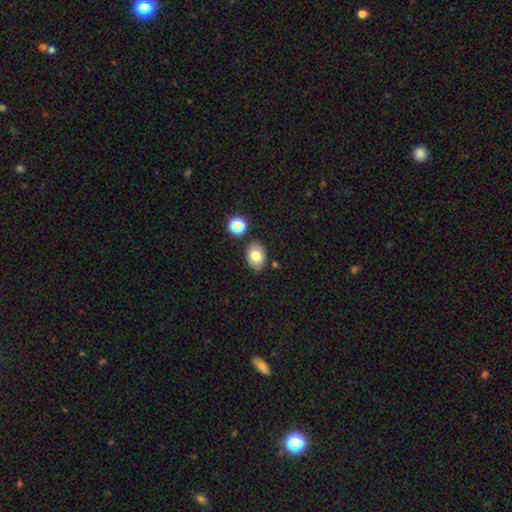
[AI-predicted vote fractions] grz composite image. It shows a smooth galaxy with no disk features (80%) that is in between round and cigar-shaped (75%). Merging: none (81%).